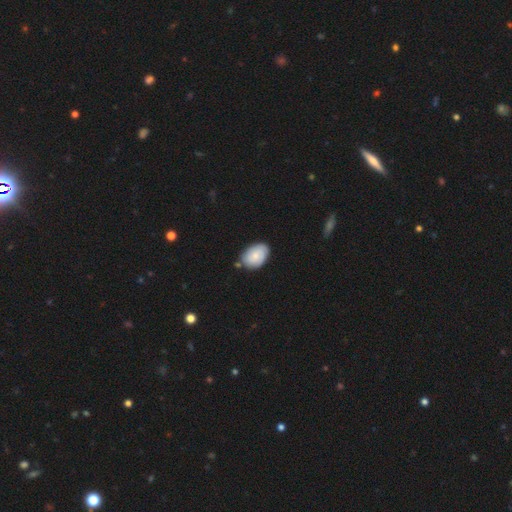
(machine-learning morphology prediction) A smooth galaxy with no disk features (64%) that is in between round and cigar-shaped (85%). Merging: none (71%).